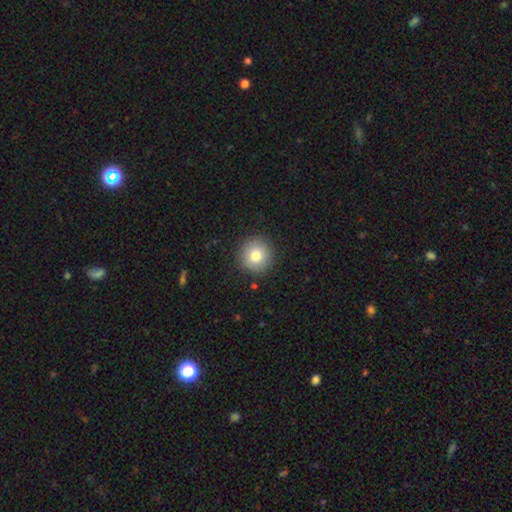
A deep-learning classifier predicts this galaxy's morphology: smooth 80%, star or artifact 10%, featured or disk 10%. Down the decision tree: how rounded — round (95%); merging — none (90%).